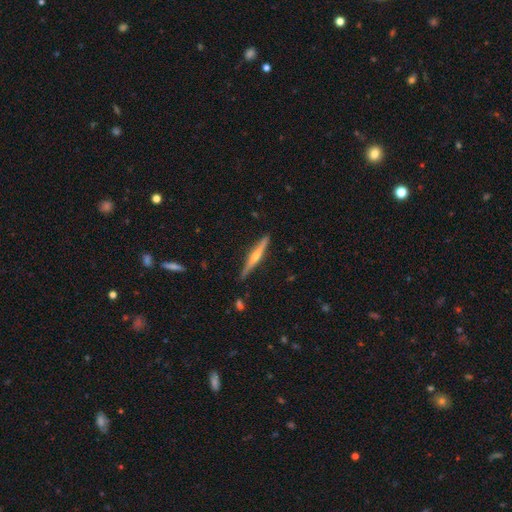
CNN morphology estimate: Smooth or featured?
  - featured or disk: 68% *
  - smooth: 26%
  - star or artifact: 6%
Edge-on disk?
  - yes: 98% *
  - no: 2%
Edge-on bulge?
  - rounded: 80% *
  - none: 12%
  - boxy: 8%
Merging?
  - none: 88% *
  - minor disturbance: 9%
  - major disturbance: 2%
  - merger: 1%